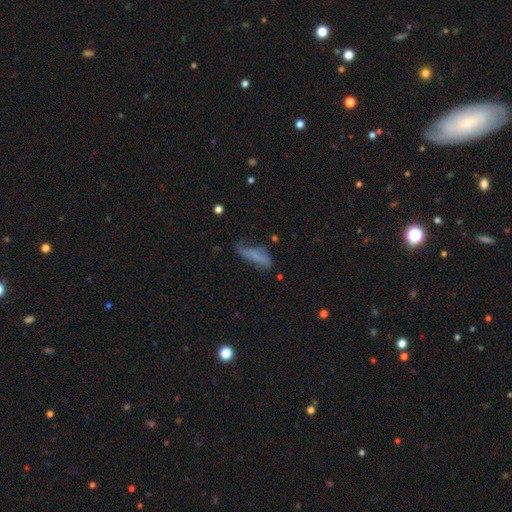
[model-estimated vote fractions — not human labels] Morphology: type=smooth (65%); roundness=cigar-shaped (58%); merging=none (42%).